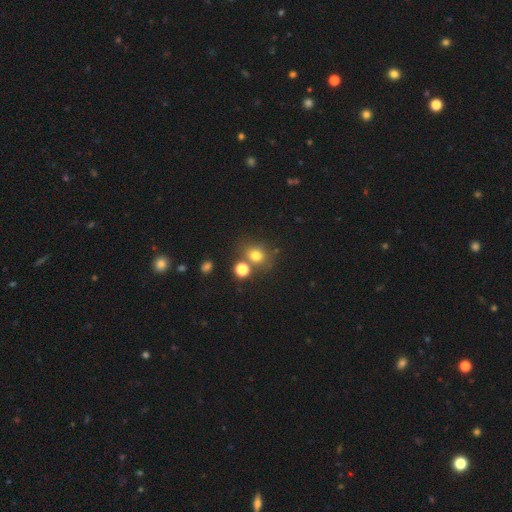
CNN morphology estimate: The model was most divided on "merging": none: 64%, merger: 20%, minor disturbance: 12%, major disturbance: 5%. More confident: smooth or featured — smooth (75%); how rounded — round (74%).